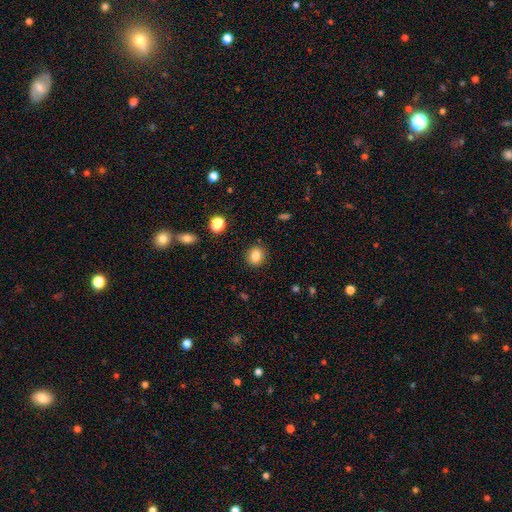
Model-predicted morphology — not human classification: Smooth or featured: smooth — 82% (star or artifact — 11%)
How rounded: round — 75% (in between — 24%)
Merging: none — 89% (minor disturbance — 7%)